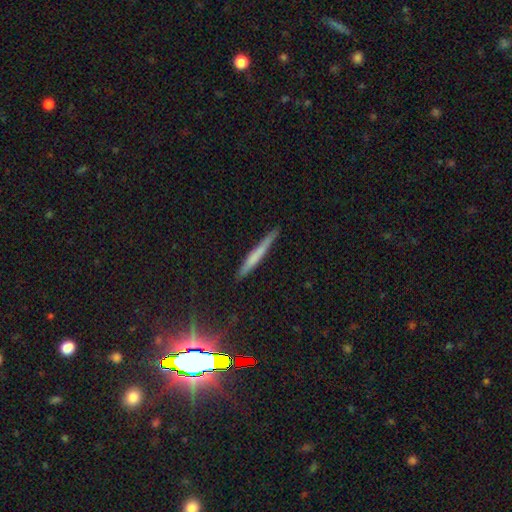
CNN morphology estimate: Smooth or featured: smooth — 54% (featured or disk — 36%)
How rounded: cigar-shaped — 96% (in between — 3%)
Merging: none — 86% (minor disturbance — 10%)